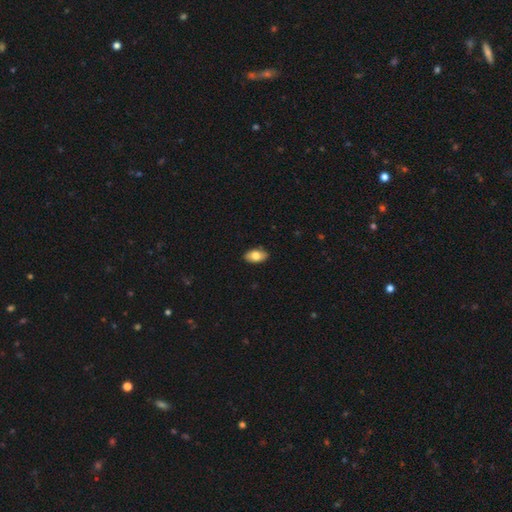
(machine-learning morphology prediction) smooth-or-featured: smooth: 80% | featured or disk: 13% | star or artifact: 7%
  how-rounded: in between: 93% | round: 4% | cigar-shaped: 2%
  merging: none: 89% | minor disturbance: 9% | major disturbance: 2% | merger: 1%